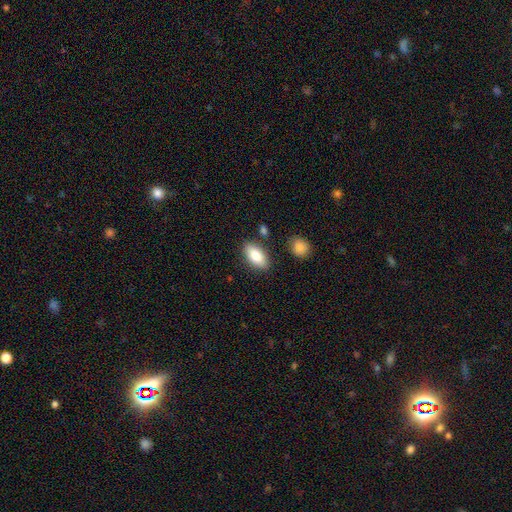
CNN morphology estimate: The model was most divided on "smooth or featured": smooth: 83%, featured or disk: 11%, star or artifact: 7%. More confident: how rounded — in between (87%); merging — none (83%).